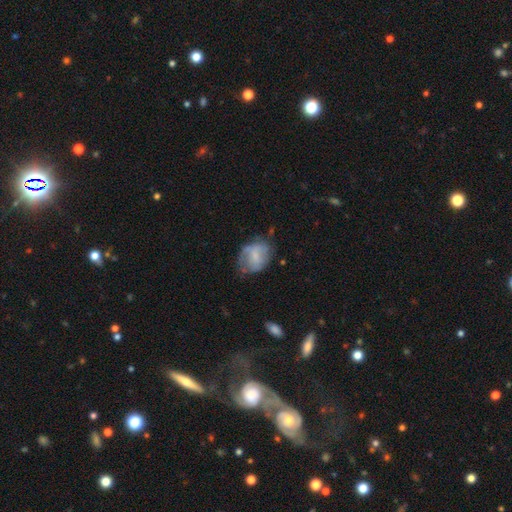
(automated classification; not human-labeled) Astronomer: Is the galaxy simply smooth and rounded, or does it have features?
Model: smooth — 56% (runner-up: featured or disk, 36%).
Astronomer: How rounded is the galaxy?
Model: in between — 66%.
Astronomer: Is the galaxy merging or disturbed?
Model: none — 49% (runner-up: minor disturbance, 31%).